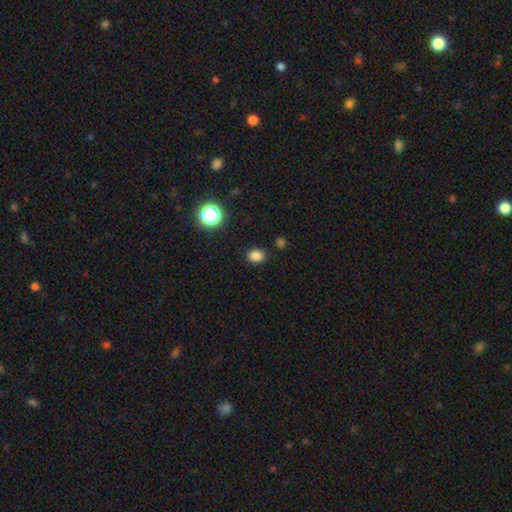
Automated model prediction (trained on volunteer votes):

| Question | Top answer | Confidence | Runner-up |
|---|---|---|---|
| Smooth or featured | smooth | 82% | star or artifact (14%) |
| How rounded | in between | 60% | round (39%) |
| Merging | none | 86% | minor disturbance (10%) |